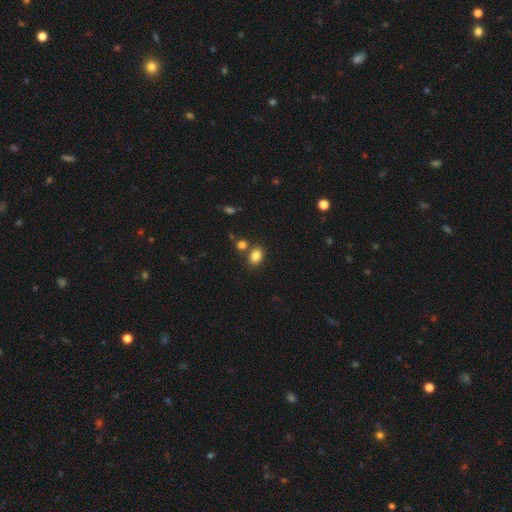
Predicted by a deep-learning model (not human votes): This is clearly a smooth galaxy (84%). How rounded: likely in between (73%). Merging: likely none (70%).